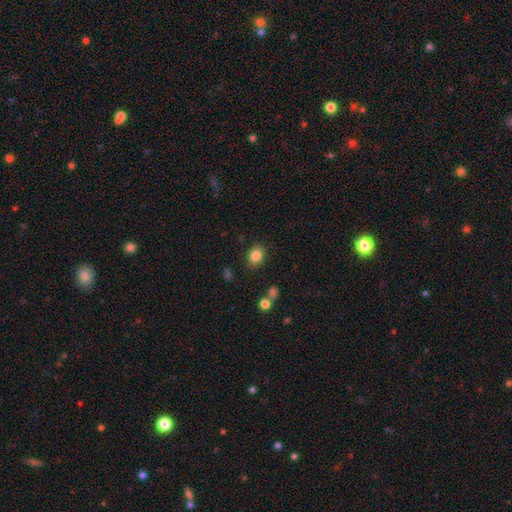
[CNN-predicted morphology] This is clearly a smooth galaxy (84%). How rounded: possibly round (51%). Merging: clearly none (83%).